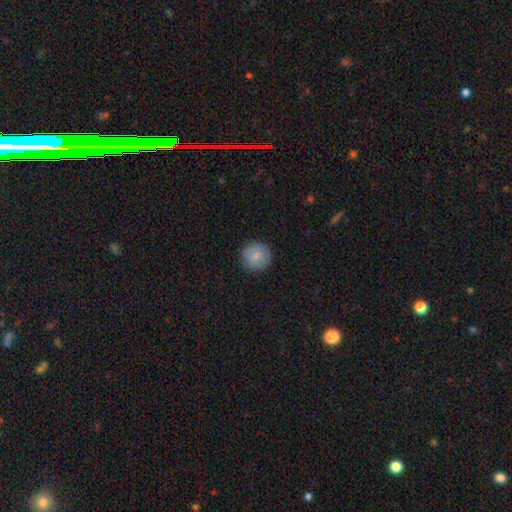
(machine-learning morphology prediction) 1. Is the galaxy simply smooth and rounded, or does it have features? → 83% smooth, 9% featured or disk, 7% star or artifact.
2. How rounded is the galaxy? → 93% round, 6% in between, 1% cigar-shaped.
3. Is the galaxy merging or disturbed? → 89% none, 8% minor disturbance, 2% major disturbance, 1% merger.